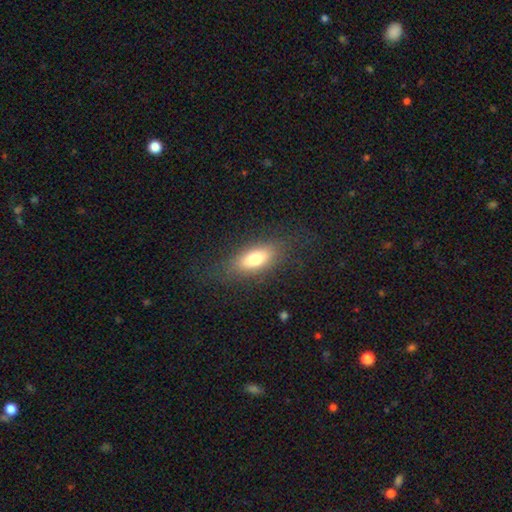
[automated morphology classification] Smooth or featured?
  - smooth: 72% *
  - featured or disk: 20%
  - star or artifact: 9%
How rounded?
  - in between: 74% *
  - cigar-shaped: 21%
  - round: 5%
Merging?
  - none: 79% *
  - minor disturbance: 14%
  - major disturbance: 6%
  - merger: 1%